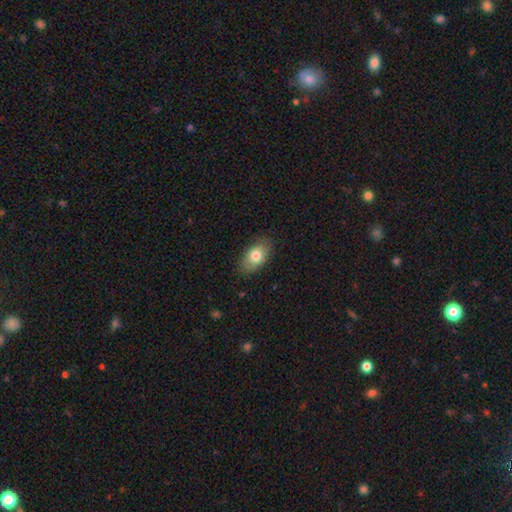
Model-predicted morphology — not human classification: A smooth galaxy with no disk features (79%) that is in between round and cigar-shaped (90%). Merging: none (83%).